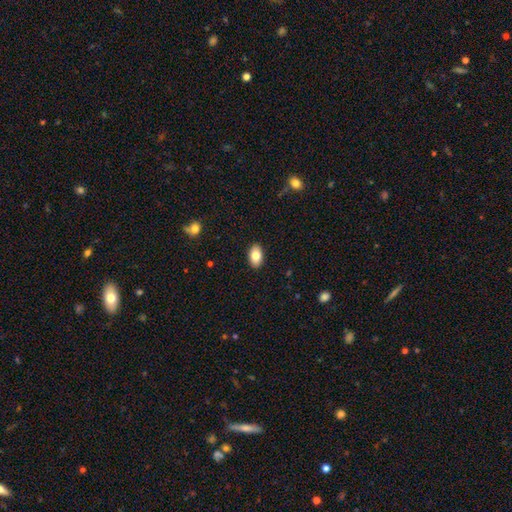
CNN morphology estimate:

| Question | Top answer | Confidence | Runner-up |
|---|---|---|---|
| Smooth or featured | smooth | 81% | featured or disk (12%) |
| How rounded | in between | 93% | round (5%) |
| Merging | none | 90% | minor disturbance (7%) |